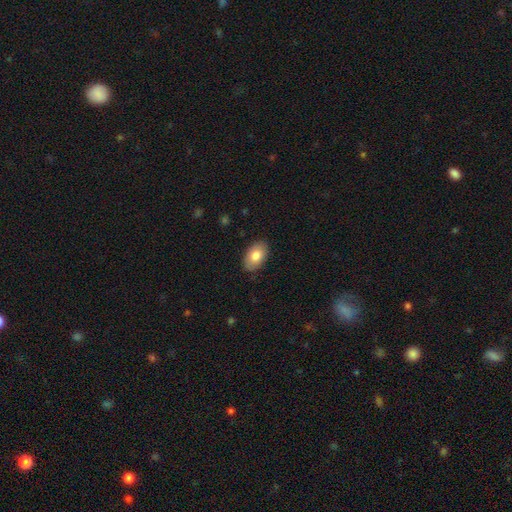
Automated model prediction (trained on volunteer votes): A smooth galaxy with no disk features (81%) that is in between round and cigar-shaped (92%).

Vote fractions:
- Smooth or featured? smooth: 81% / featured or disk: 13% / star or artifact: 6%
- How rounded? in between: 92% / round: 7% / cigar-shaped: 1%
- Merging? none: 86% / minor disturbance: 11% / major disturbance: 2% / merger: 1%